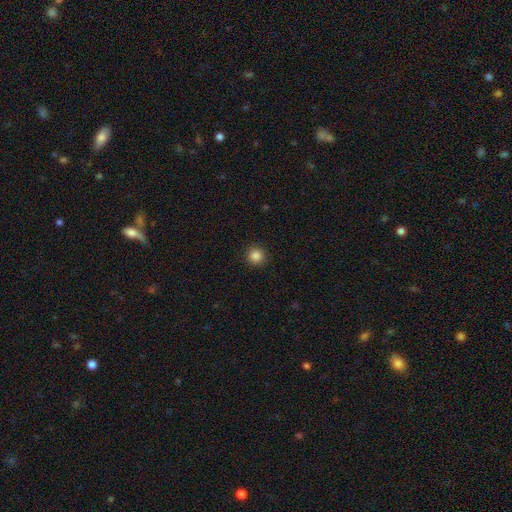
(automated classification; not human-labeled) A smooth galaxy with no disk features (86%) that is round (95%). Merging: none (92%).